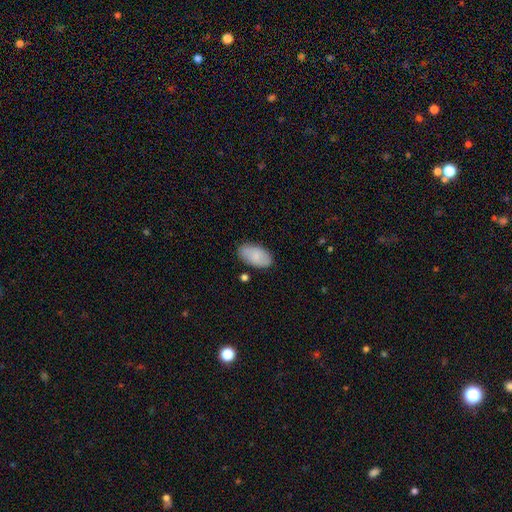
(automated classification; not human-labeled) smooth 82%, featured or disk 12%, star or artifact 6%. Down the decision tree: how rounded — in between (95%); merging — none (82%).